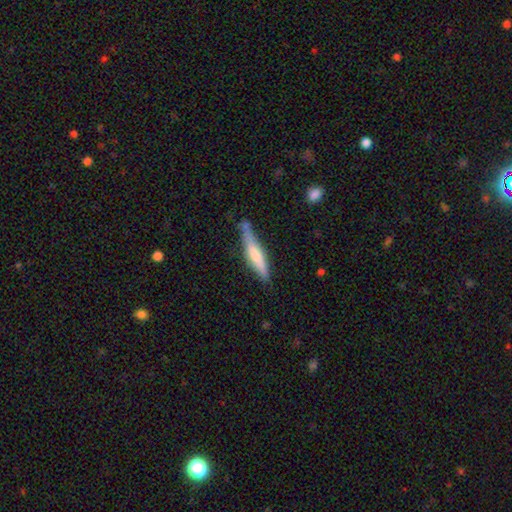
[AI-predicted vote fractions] smooth_or_featured: smooth (p=0.59) [alt: featured or disk p=0.35]
how_rounded: cigar-shaped (p=0.87) [alt: in between p=0.12]
merging: none (p=0.62) [alt: minor disturbance p=0.25]